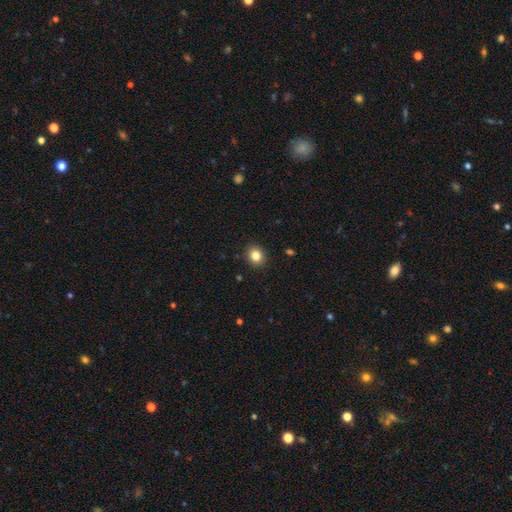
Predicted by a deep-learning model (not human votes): The model was most divided on "how rounded": round: 71%, in between: 28%, cigar-shaped: 1%. More confident: merging — none (91%); smooth or featured — smooth (84%).